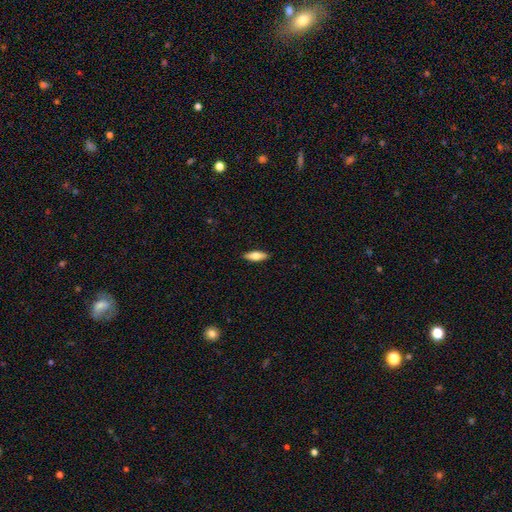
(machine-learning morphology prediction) Smooth or featured? smooth (69%)
How rounded? in between (64%)
Merging? none (90%)